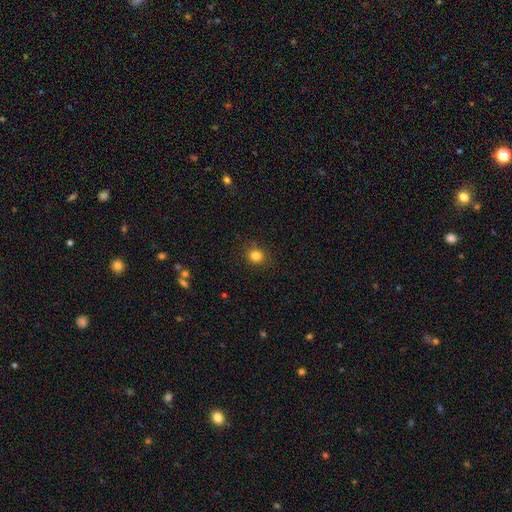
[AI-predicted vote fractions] Q: Smooth or featured?
A: smooth (82%); runner-up: star or artifact (13%)
Q: How rounded?
A: round (82%); runner-up: in between (17%)
Q: Merging?
A: none (87%); runner-up: minor disturbance (9%)